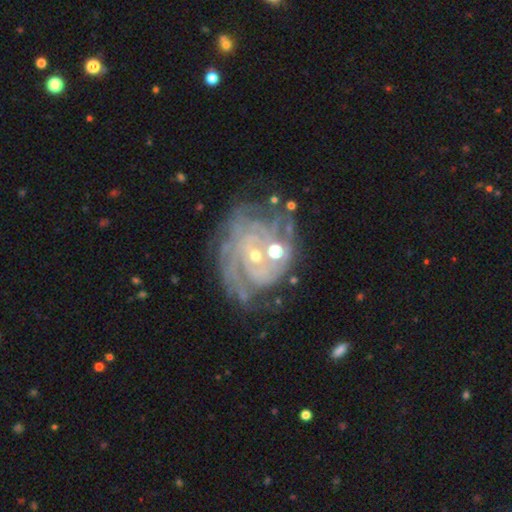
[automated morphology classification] Smooth or featured?
  - featured or disk: 86% *
  - star or artifact: 7%
  - smooth: 6%
Edge-on disk?
  - no: 97% *
  - yes: 3%
Bar?
  - no: 73% *
  - weak: 20%
  - strong: 7%
Spiral arms?
  - yes: 95% *
  - no: 5%
Spiral winding?
  - tight: 76% *
  - medium: 19%
  - loose: 4%
Spiral arm count?
  - can't tell: 32% *
  - 4: 18%
  - 3: 18%
  - more than 4: 13%
  - 2: 13%
  - 1: 7%
Bulge size?
  - small: 63% *
  - moderate: 32%
  - large: 2%
  - none: 2%
  - dominant: 1%
Merging?
  - none: 59% *
  - minor disturbance: 21%
  - major disturbance: 12%
  - merger: 8%